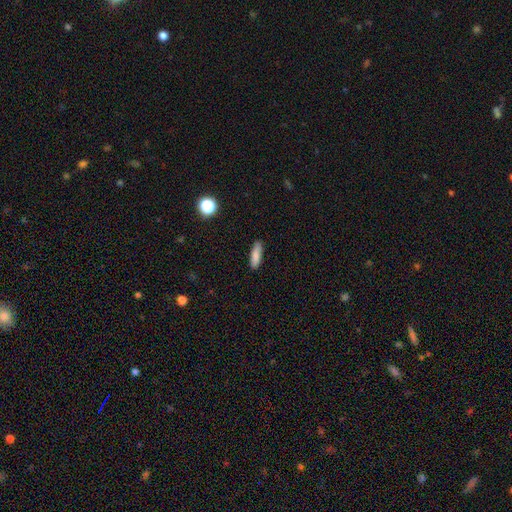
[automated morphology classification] Smooth or featured: smooth — 84% (featured or disk — 8%)
How rounded: cigar-shaped — 61% (in between — 36%)
Merging: none — 87% (minor disturbance — 10%)